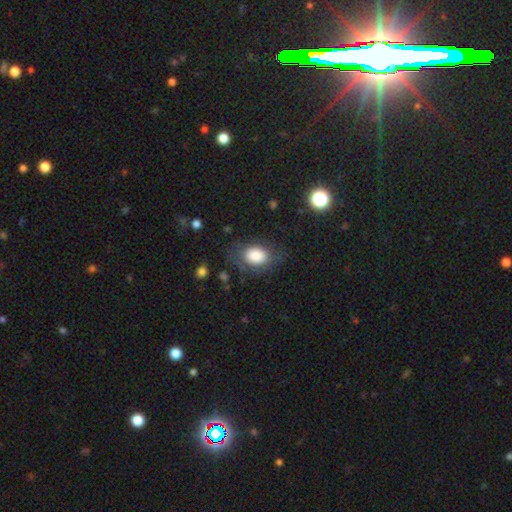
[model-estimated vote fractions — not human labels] smooth_or_featured: smooth (p=0.83) [alt: featured or disk p=0.09]
how_rounded: in between (p=0.75) [alt: round p=0.23]
merging: none (p=0.69) [alt: minor disturbance p=0.19]